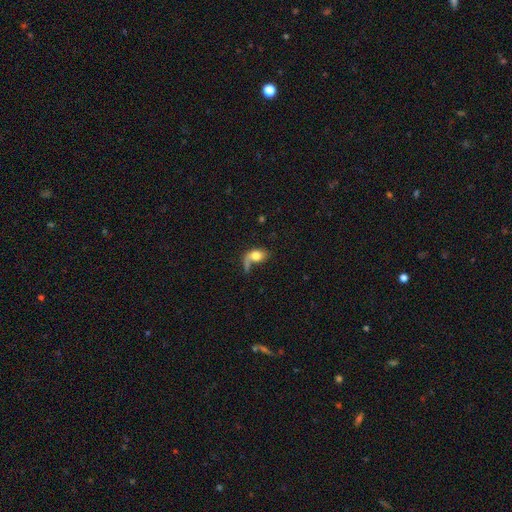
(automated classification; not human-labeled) smooth 60%, featured or disk 32%, star or artifact 9%. Down the decision tree: how rounded — in between (76%); merging — major disturbance (40%).